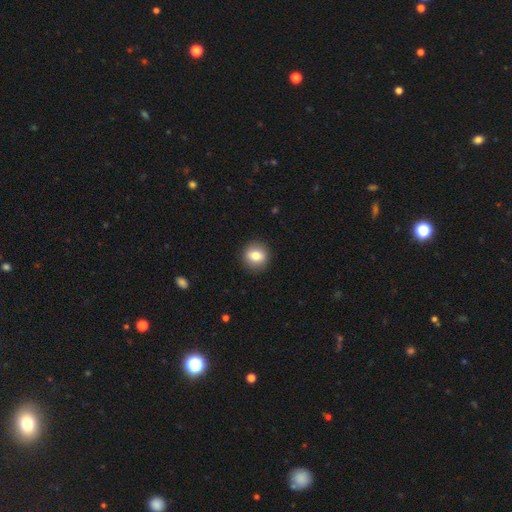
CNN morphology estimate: Smooth or featured?
  - smooth: 80% *
  - featured or disk: 11%
  - star or artifact: 9%
How rounded?
  - round: 85% *
  - in between: 14%
  - cigar-shaped: 1%
Merging?
  - none: 91% *
  - minor disturbance: 6%
  - major disturbance: 2%
  - merger: 1%